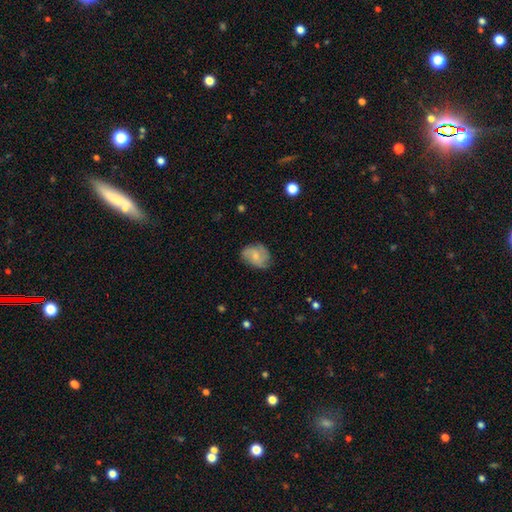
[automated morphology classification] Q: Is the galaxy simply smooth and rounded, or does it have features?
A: featured or disk — 49%.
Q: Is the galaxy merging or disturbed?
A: none — 68%.